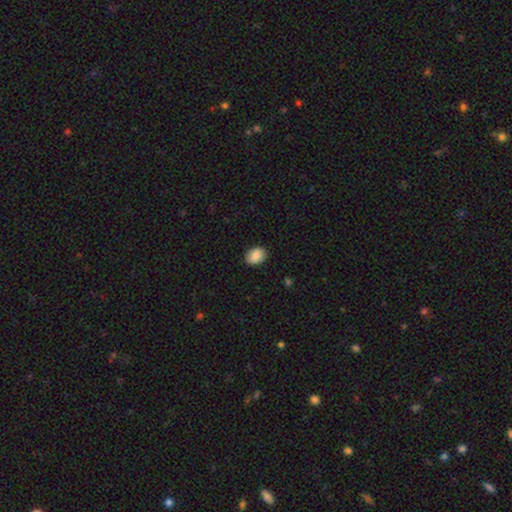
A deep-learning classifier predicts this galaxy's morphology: smooth_or_featured: smooth (p=0.87) [alt: star or artifact p=0.07]
how_rounded: in between (p=0.76) [alt: round p=0.23]
merging: none (p=0.88) [alt: minor disturbance p=0.09]